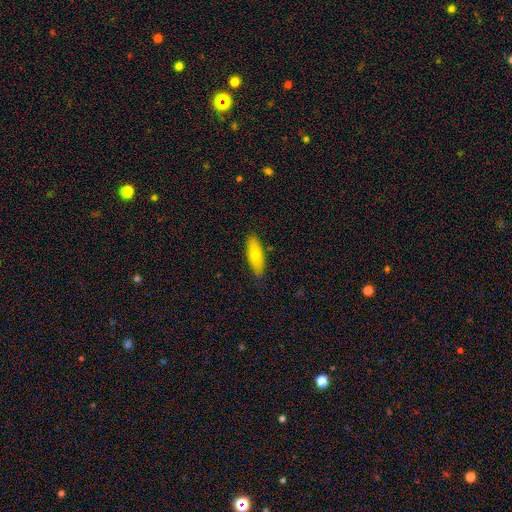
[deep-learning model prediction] Smooth or featured: smooth — 61% (featured or disk — 29%)
How rounded: cigar-shaped — 63% (in between — 35%)
Merging: none — 86% (minor disturbance — 11%)